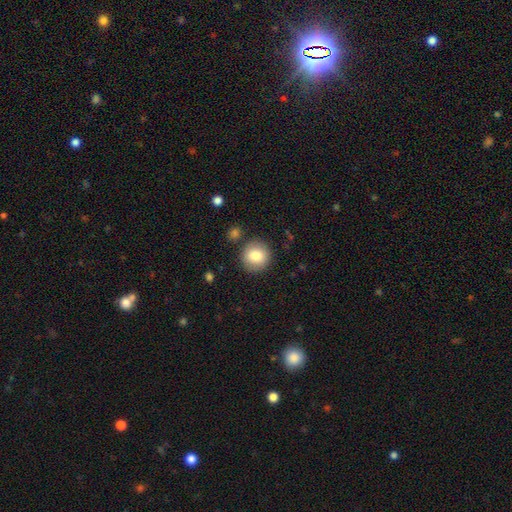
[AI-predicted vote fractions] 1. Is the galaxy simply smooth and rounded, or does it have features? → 82% smooth, 10% featured or disk, 8% star or artifact.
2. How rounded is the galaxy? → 92% round, 7% in between, 1% cigar-shaped.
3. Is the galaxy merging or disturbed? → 86% none, 8% minor disturbance, 4% merger, 3% major disturbance.